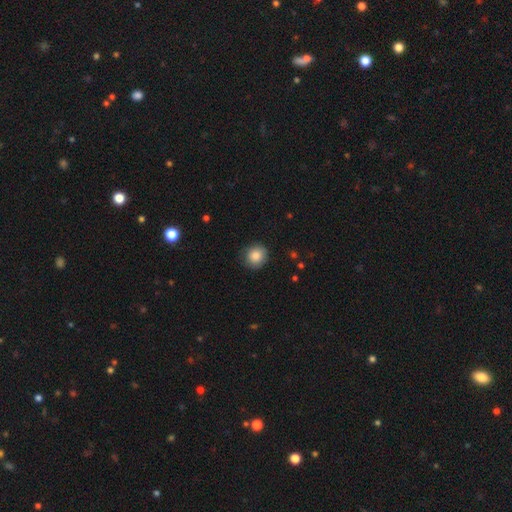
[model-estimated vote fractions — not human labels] smooth_or_featured: smooth (p=0.84) [alt: star or artifact p=0.08]
how_rounded: round (p=0.89) [alt: in between p=0.11]
merging: none (p=0.81) [alt: minor disturbance p=0.15]